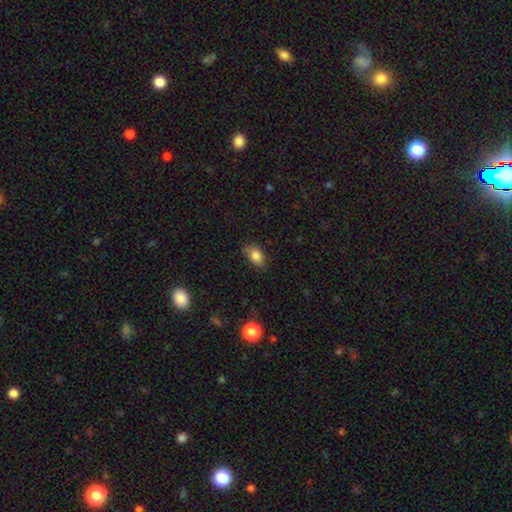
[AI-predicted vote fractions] Overall: smooth (82%). How rounded: in between (82%). Merging: none (66%; minor disturbance 27%).